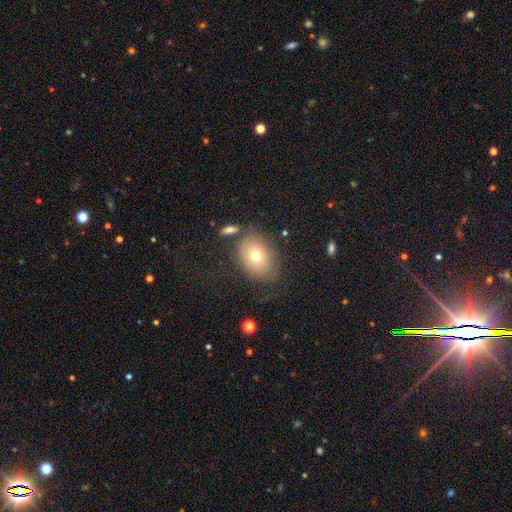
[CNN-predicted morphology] Overall: smooth (70%). How rounded: in between (64%; round 35%). Merging: none (67%).